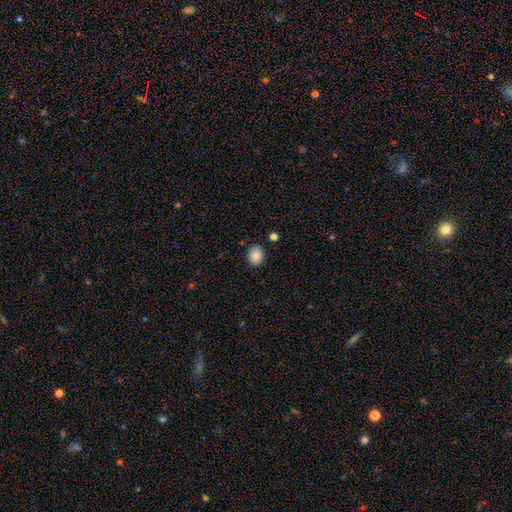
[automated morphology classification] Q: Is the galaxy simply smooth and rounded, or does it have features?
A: smooth — 85%.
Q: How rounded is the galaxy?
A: in between — 50%.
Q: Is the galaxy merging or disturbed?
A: none — 85%.